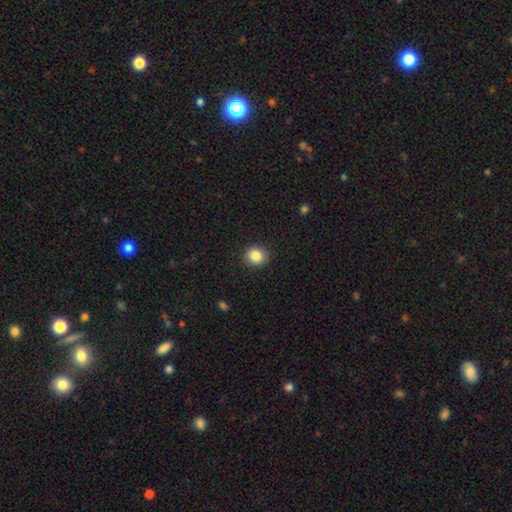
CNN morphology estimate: Q: Smooth or featured?
A: smooth (85%); runner-up: star or artifact (10%)
Q: How rounded?
A: round (81%); runner-up: in between (18%)
Q: Merging?
A: none (91%); runner-up: minor disturbance (6%)